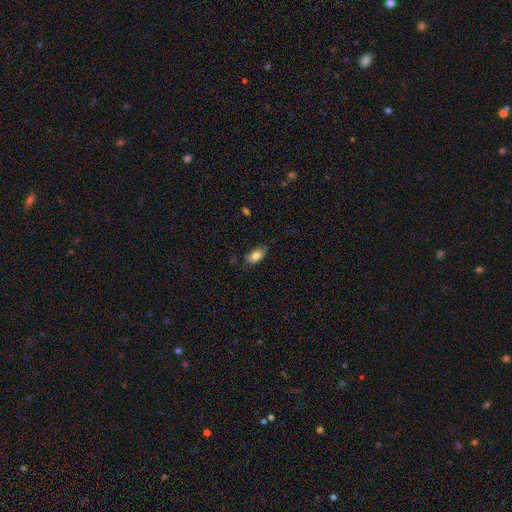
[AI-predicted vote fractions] Overall: smooth (81%). How rounded: in between (89%). Merging: none (72%).